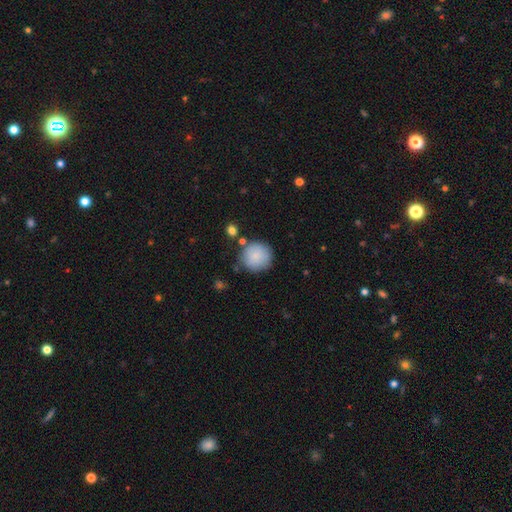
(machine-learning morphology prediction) Smooth or featured? Predicted: smooth (p=0.85). How rounded? Predicted: round (p=0.93). Merging? Predicted: none (p=0.78).